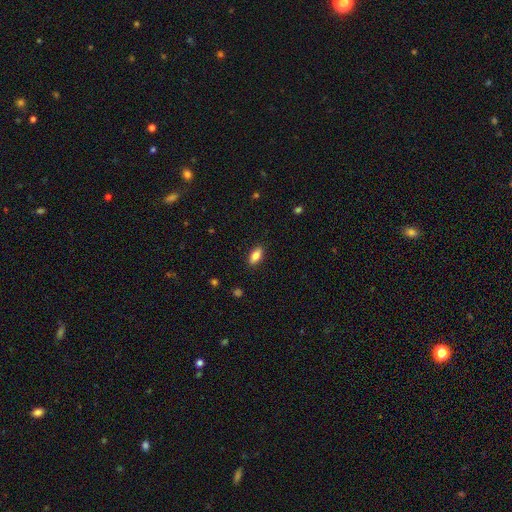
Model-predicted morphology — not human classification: This is clearly a smooth galaxy (84%). How rounded: clearly in between (87%). Merging: clearly none (88%).